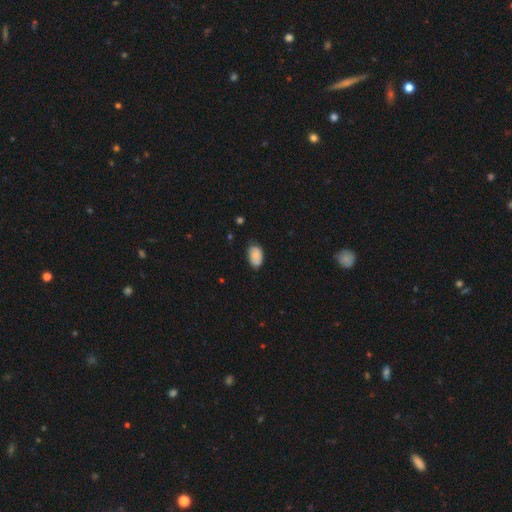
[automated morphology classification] smooth-or-featured: smooth: 79% | featured or disk: 13% | star or artifact: 8%
  how-rounded: in between: 90% | round: 9% | cigar-shaped: 1%
  merging: none: 71% | minor disturbance: 24% | major disturbance: 4% | merger: 2%